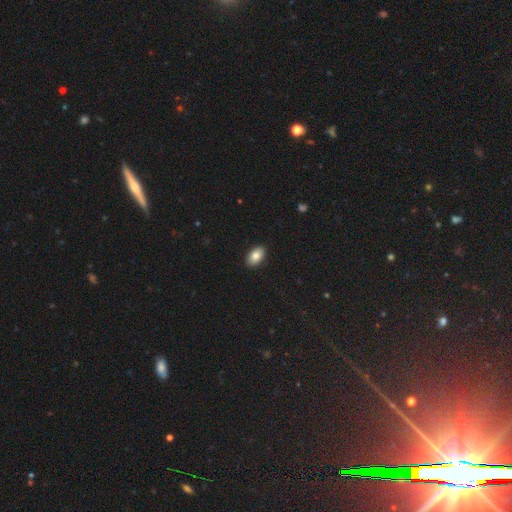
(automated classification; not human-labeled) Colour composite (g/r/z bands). It shows a smooth galaxy with no disk features (84%) that is in between round and cigar-shaped (92%). Merging: none (90%).